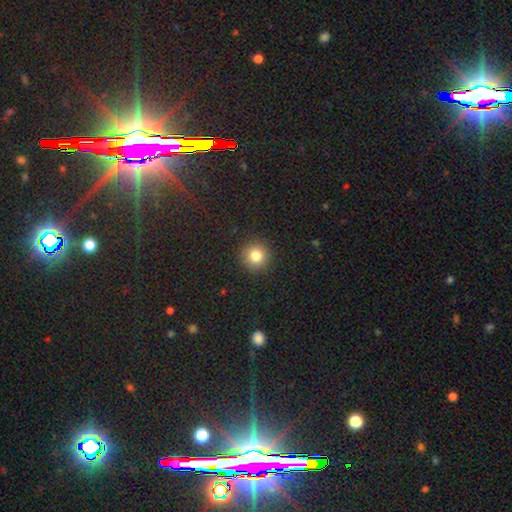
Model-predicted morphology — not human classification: Smooth or featured?
  - smooth: 81% *
  - star or artifact: 12%
  - featured or disk: 7%
How rounded?
  - round: 95% *
  - in between: 4%
  - cigar-shaped: 1%
Merging?
  - none: 91% *
  - minor disturbance: 5%
  - major disturbance: 2%
  - merger: 1%